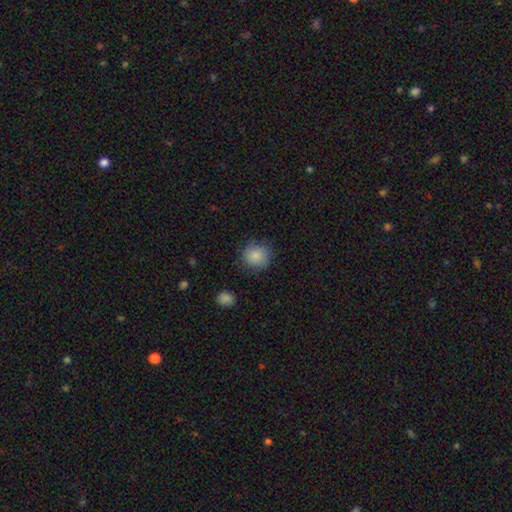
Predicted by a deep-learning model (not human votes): Overall: smooth (86%). How rounded: round (87%). Merging: none (80%).